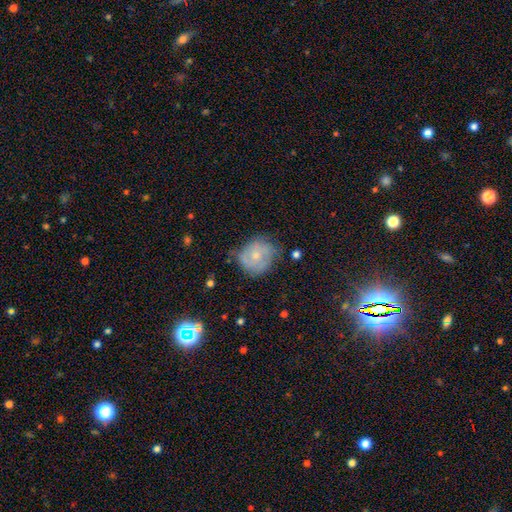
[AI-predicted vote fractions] smooth-or-featured: featured or disk: 57% | smooth: 35% | star or artifact: 9%
  disk-edge-on: no: 97% | yes: 3%
    bar: no: 78% | weak: 19% | strong: 3%
    has-spiral-arms: yes: 80% | no: 20%
    bulge-size: small: 59% | moderate: 37% | none: 3% | large: 1% | dominant: 1%
  merging: none: 61% | minor disturbance: 28% | major disturbance: 8% | merger: 2%